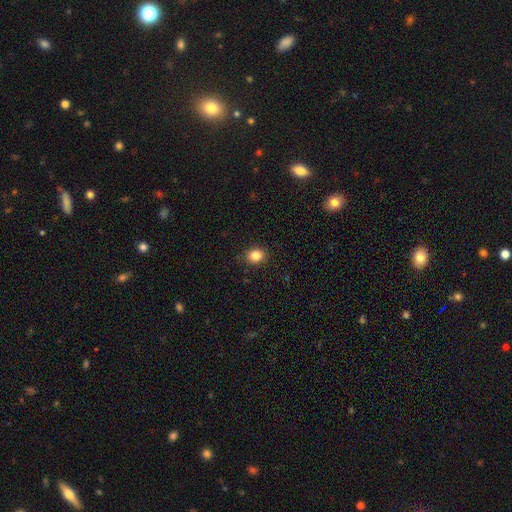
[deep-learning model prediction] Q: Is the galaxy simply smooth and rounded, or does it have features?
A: smooth — 84%.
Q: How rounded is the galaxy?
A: round — 61%.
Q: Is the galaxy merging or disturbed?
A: none — 89%.